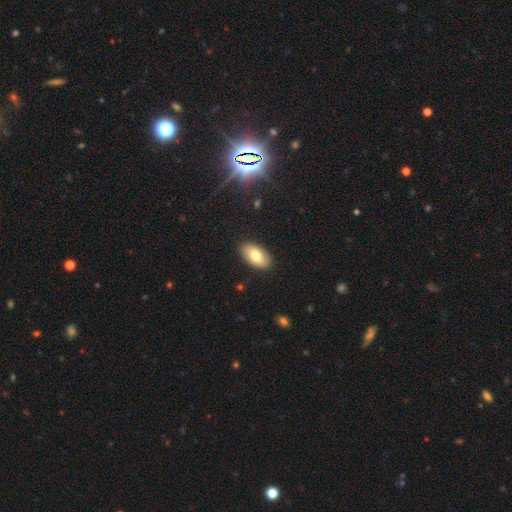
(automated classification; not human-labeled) Smooth or featured?
  - smooth: 76% *
  - featured or disk: 17%
  - star or artifact: 7%
How rounded?
  - in between: 94% *
  - round: 4%
  - cigar-shaped: 2%
Merging?
  - none: 88% *
  - minor disturbance: 9%
  - major disturbance: 2%
  - merger: 1%